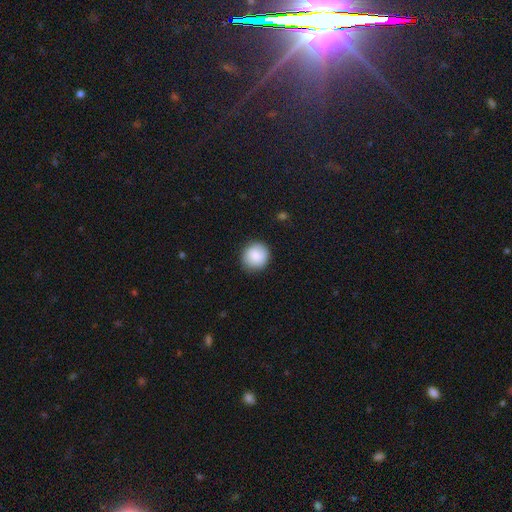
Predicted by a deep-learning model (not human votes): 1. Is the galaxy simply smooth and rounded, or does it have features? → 85% smooth, 8% featured or disk, 7% star or artifact.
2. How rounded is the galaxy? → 91% round, 8% in between, 1% cigar-shaped.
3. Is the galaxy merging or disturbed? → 87% none, 10% minor disturbance, 2% major disturbance, 1% merger.